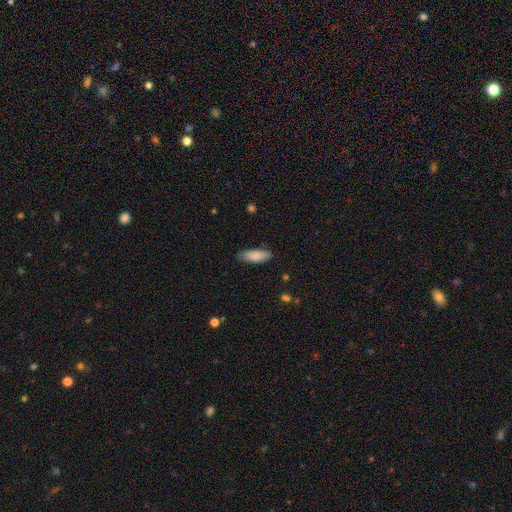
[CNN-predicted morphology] smooth_or_featured: smooth (p=0.86) [alt: featured or disk p=0.08]
how_rounded: in between (p=0.65) [alt: cigar-shaped p=0.33]
merging: none (p=0.82) [alt: minor disturbance p=0.14]